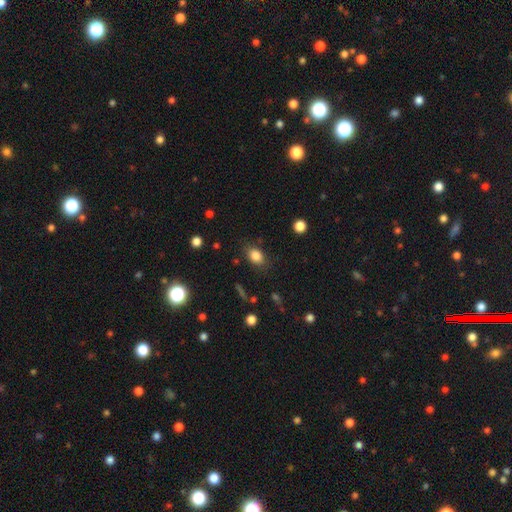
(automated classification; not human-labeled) Smooth or featured? smooth (84%)
How rounded? in between (74%)
Merging? none (80%)